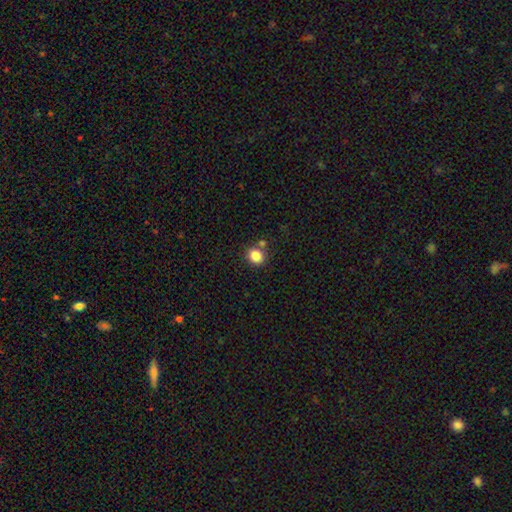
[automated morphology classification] This is clearly a smooth galaxy (84%). How rounded: likely round (74%). Merging: likely none (75%).